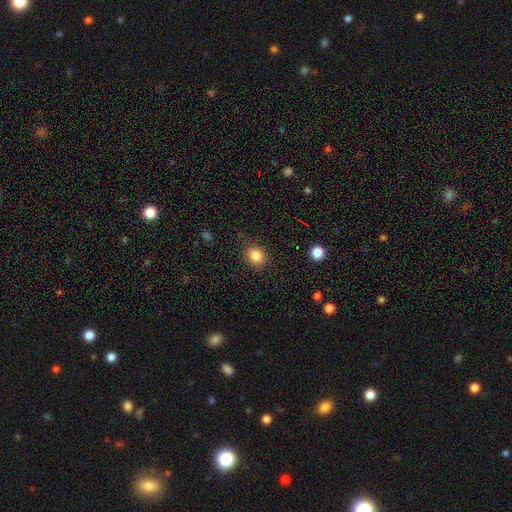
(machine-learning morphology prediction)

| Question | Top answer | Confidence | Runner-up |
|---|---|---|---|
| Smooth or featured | smooth | 84% | star or artifact (11%) |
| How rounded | round | 75% | in between (24%) |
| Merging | none | 84% | minor disturbance (12%) |